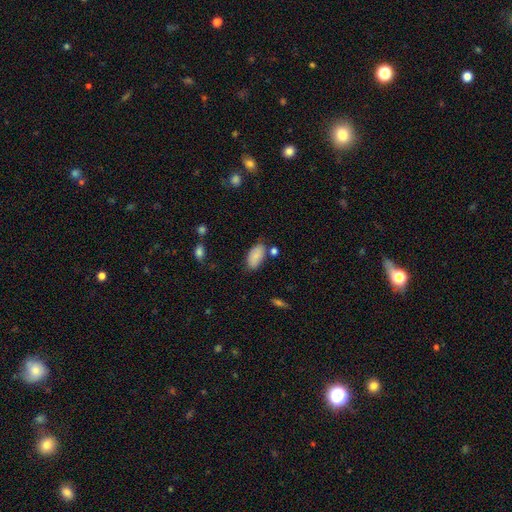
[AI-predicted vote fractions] Smooth or featured? smooth (84%)
How rounded? in between (94%)
Merging? none (71%)